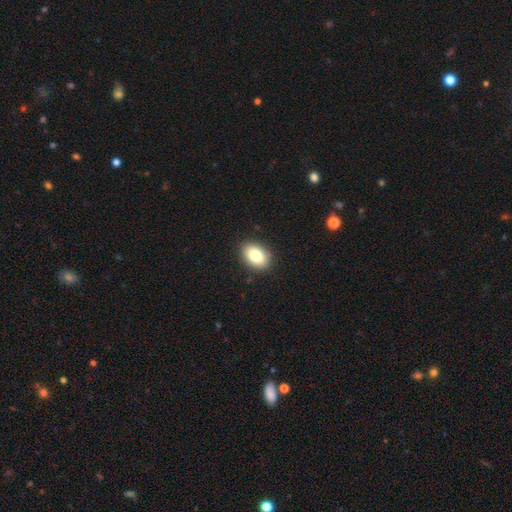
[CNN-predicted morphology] Smooth or featured?
  - smooth: 83% *
  - featured or disk: 9%
  - star or artifact: 8%
How rounded?
  - in between: 84% *
  - round: 14%
  - cigar-shaped: 1%
Merging?
  - none: 88% *
  - minor disturbance: 9%
  - major disturbance: 2%
  - merger: 1%